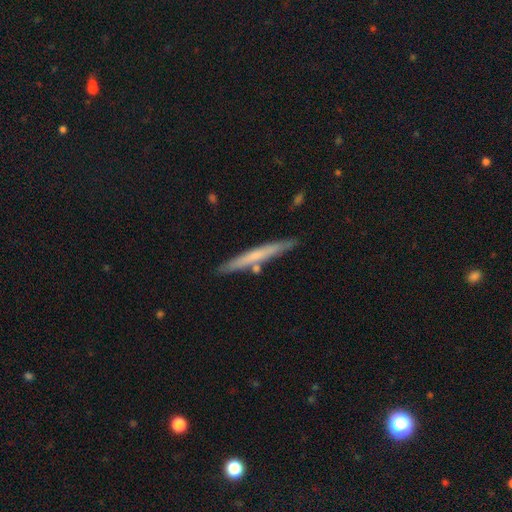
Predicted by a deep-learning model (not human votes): The model was most divided on "smooth or featured": smooth: 54%, featured or disk: 40%, star or artifact: 6%. More confident: how rounded — cigar-shaped (96%); merging — none (84%).